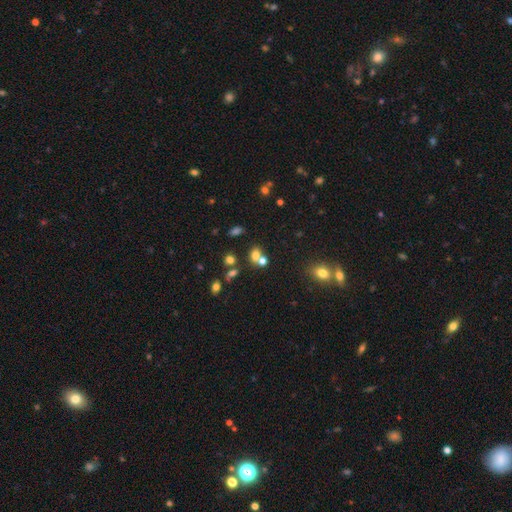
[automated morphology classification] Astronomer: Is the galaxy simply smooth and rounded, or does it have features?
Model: smooth — 67%.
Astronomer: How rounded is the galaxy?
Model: round — 49%, tied with in between at 49%.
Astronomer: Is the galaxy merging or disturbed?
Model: merger — 43% (runner-up: none, 42%).